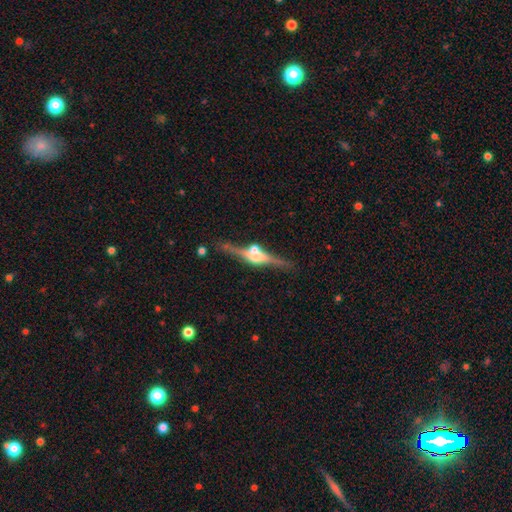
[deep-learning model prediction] A featured or disk galaxy (81%) viewed edge-on (96%) with a rounded central bulge (89%). Merging: none (74%).